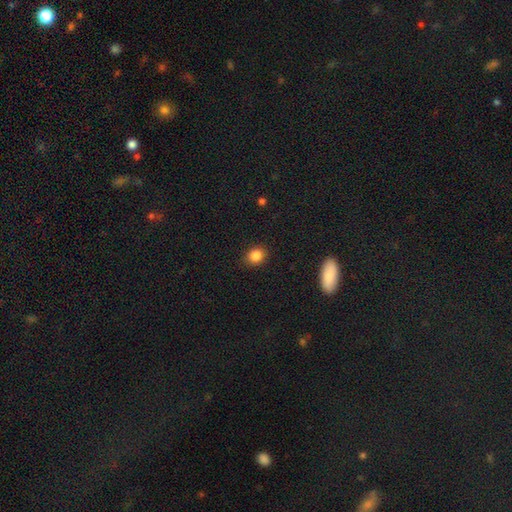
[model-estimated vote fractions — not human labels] Smooth or featured: smooth — 85% (star or artifact — 11%)
How rounded: round — 68% (in between — 31%)
Merging: none — 89% (minor disturbance — 8%)